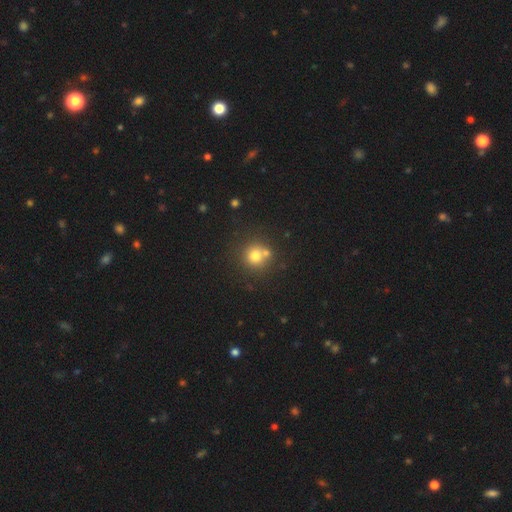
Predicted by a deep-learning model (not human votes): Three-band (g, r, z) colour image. It shows a smooth galaxy with no disk features (74%) that is round (92%). Merging: none (62%).